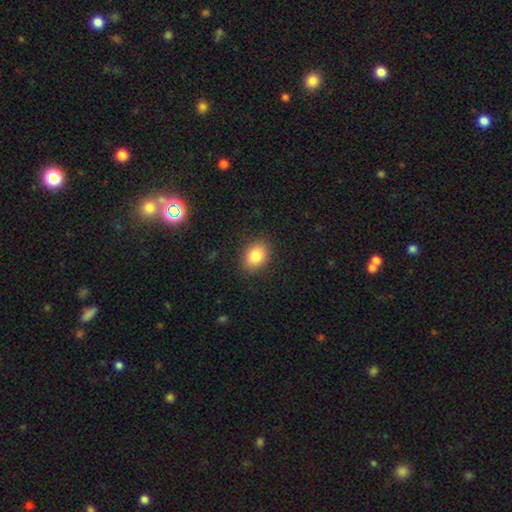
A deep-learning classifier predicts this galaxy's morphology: smooth 84%, star or artifact 9%, featured or disk 8%. Down the decision tree: how rounded — in between (69%); merging — none (88%).